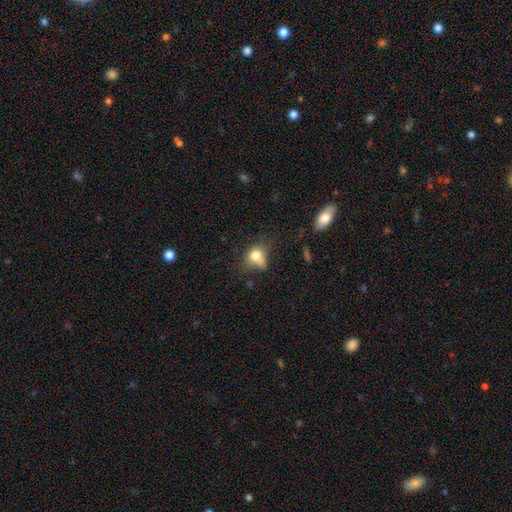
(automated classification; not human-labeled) smooth_or_featured: smooth (p=0.76) [alt: featured or disk p=0.12]
how_rounded: round (p=0.51) [alt: in between p=0.47]
merging: none (p=0.43) [alt: minor disturbance p=0.31]